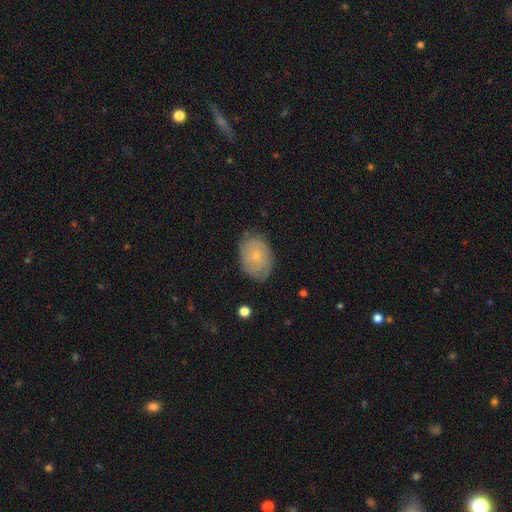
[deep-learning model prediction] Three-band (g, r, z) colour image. It shows a smooth galaxy with no disk features (52%) that is in between round and cigar-shaped (74%). Merging: none (74%).